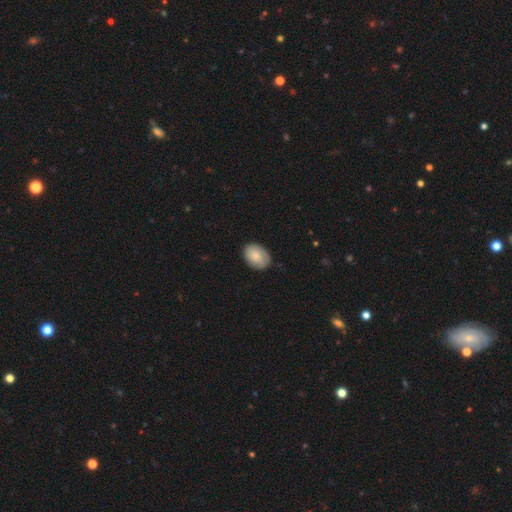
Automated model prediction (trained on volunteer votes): A smooth galaxy with no disk features (80%) that is in between round and cigar-shaped (76%).

Vote fractions:
- Smooth or featured? smooth: 80% / featured or disk: 14% / star or artifact: 6%
- How rounded? in between: 76% / round: 23% / cigar-shaped: 1%
- Merging? none: 82% / minor disturbance: 15% / major disturbance: 3% / merger: 1%